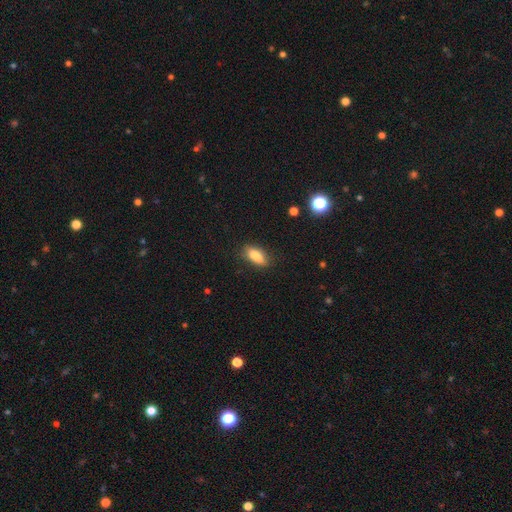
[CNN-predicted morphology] A smooth galaxy with no disk features (84%) that is in between round and cigar-shaped (79%). Merging: none (81%).